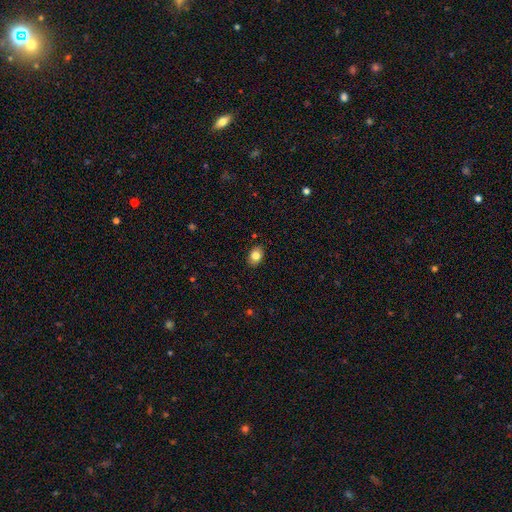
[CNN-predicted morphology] This is clearly a smooth galaxy (82%). How rounded: likely in between (75%). Merging: clearly none (88%).